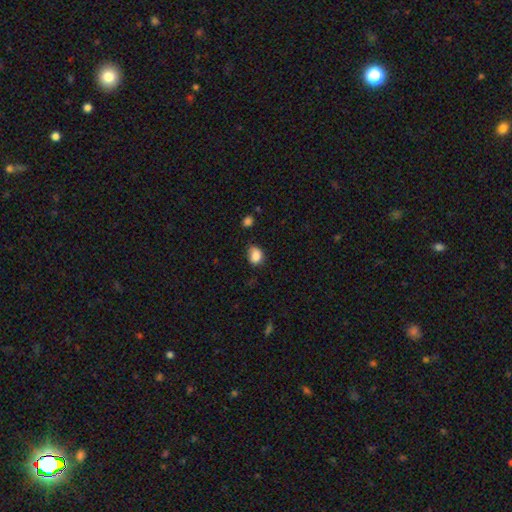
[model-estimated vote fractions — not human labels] Q: Smooth or featured?
A: smooth (85%); runner-up: star or artifact (10%)
Q: How rounded?
A: in between (52%); runner-up: round (47%)
Q: Merging?
A: none (54%); runner-up: minor disturbance (35%)